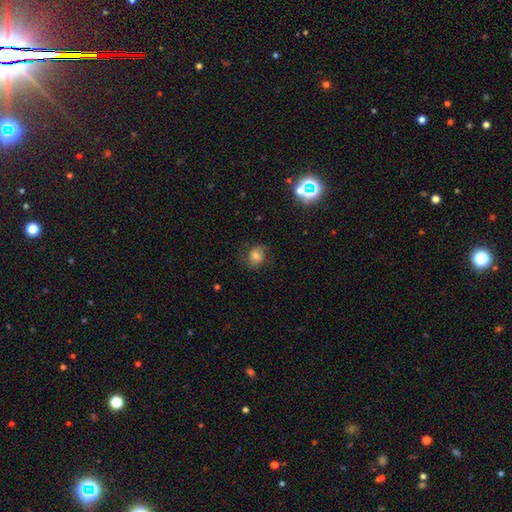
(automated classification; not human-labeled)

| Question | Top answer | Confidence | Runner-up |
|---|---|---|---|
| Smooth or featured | smooth | 54% | featured or disk (33%) |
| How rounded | round | 61% | in between (38%) |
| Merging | none | 66% | minor disturbance (21%) |